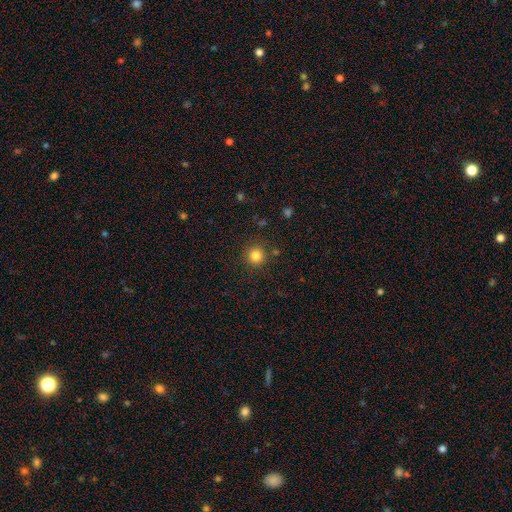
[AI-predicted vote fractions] A smooth galaxy with no disk features (83%) that is round (94%). Merging: none (88%).